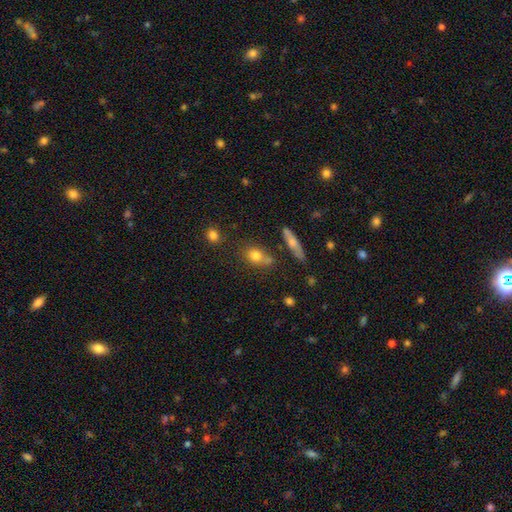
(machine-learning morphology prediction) smooth_or_featured: smooth (p=0.76) [alt: featured or disk p=0.12]
how_rounded: round (p=0.51) [alt: in between p=0.42]
merging: none (p=0.58) [alt: merger p=0.21]